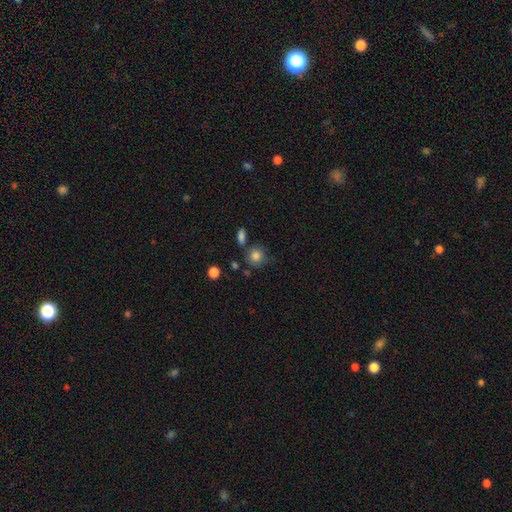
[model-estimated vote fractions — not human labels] A smooth galaxy with no disk features (83%) that is round (86%).

Vote fractions:
- Smooth or featured? smooth: 83% / star or artifact: 10% / featured or disk: 7%
- How rounded? round: 86% / in between: 13% / cigar-shaped: 1%
- Merging? none: 69% / minor disturbance: 15% / merger: 12% / major disturbance: 5%